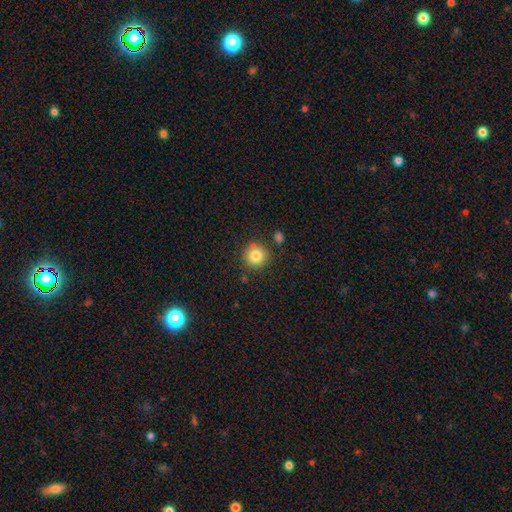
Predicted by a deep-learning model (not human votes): smooth 82%, star or artifact 10%, featured or disk 7%. Down the decision tree: how rounded — round (94%); merging — none (82%).